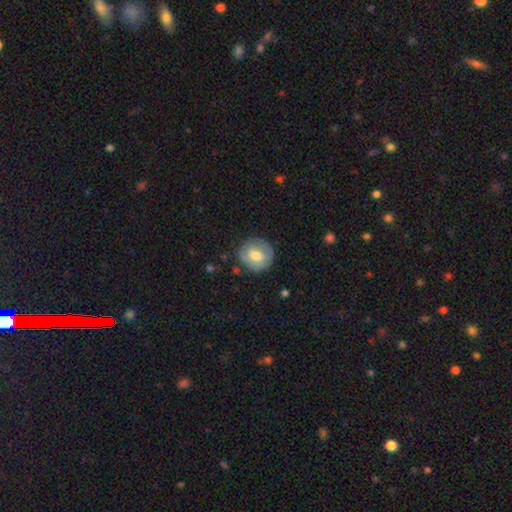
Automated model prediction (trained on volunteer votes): smooth_or_featured: smooth (p=0.59) [alt: featured or disk p=0.34]
how_rounded: round (p=0.83) [alt: in between p=0.16]
merging: none (p=0.78) [alt: minor disturbance p=0.16]